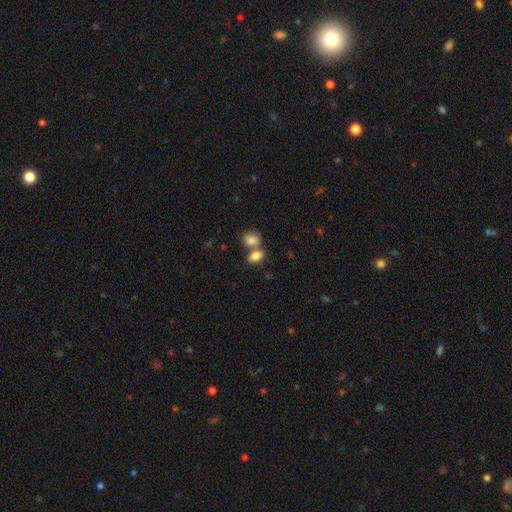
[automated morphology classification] A smooth galaxy with no disk features (84%) that is in between round and cigar-shaped (83%).

Vote fractions:
- Smooth or featured? smooth: 84% / star or artifact: 8% / featured or disk: 8%
- How rounded? in between: 83% / round: 14% / cigar-shaped: 2%
- Merging? merger: 48% / none: 40% / minor disturbance: 9% / major disturbance: 3%